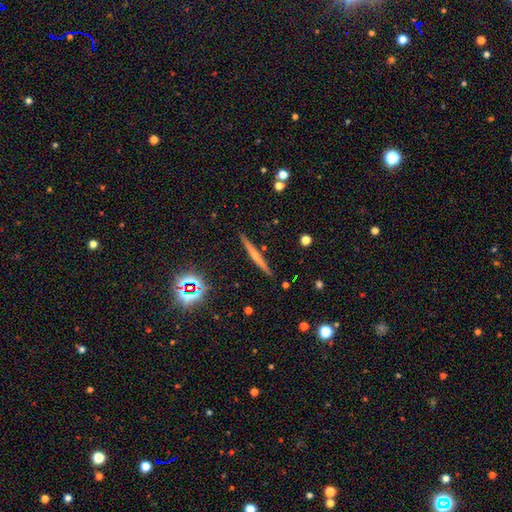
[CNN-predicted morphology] Smooth or featured: featured or disk — 46% (smooth — 44%)
Merging: none — 89% (minor disturbance — 7%)